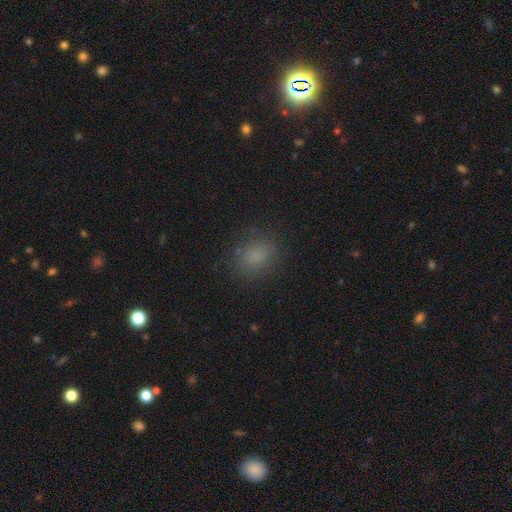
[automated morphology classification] This appears to be a smooth galaxy with no disk features (80%) that is round (54%). Merging: none (83%).